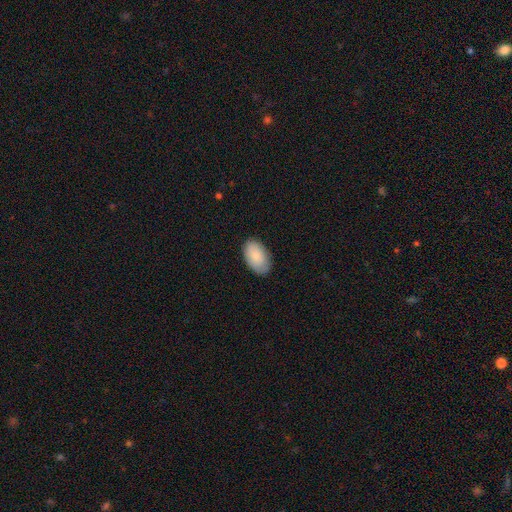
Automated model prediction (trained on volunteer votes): Smooth or featured? Predicted: smooth (p=0.86). How rounded? Predicted: in between (p=0.94). Merging? Predicted: none (p=0.83).